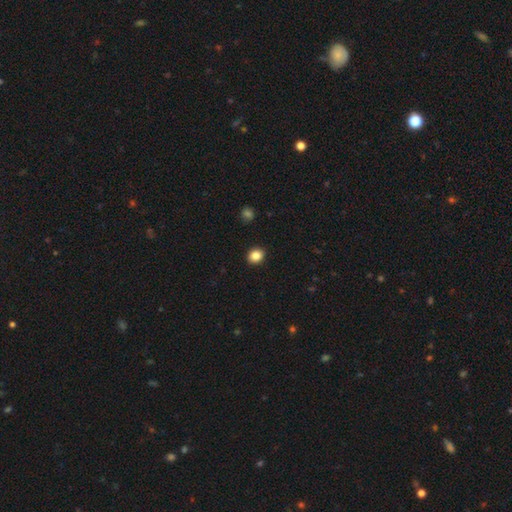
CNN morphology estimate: Q: Smooth or featured?
A: smooth (86%); runner-up: star or artifact (10%)
Q: How rounded?
A: round (67%); runner-up: in between (32%)
Q: Merging?
A: none (92%); runner-up: minor disturbance (5%)